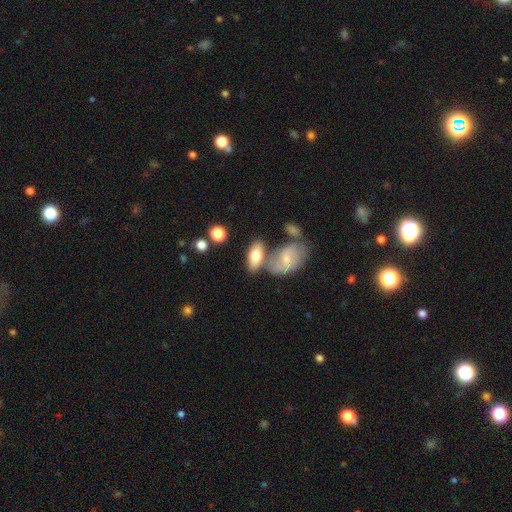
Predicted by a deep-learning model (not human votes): smooth-or-featured: smooth: 66% | featured or disk: 27% | star or artifact: 7%
  how-rounded: in between: 87% | cigar-shaped: 8% | round: 5%
  merging: none: 48% | merger: 32% | minor disturbance: 15% | major disturbance: 6%